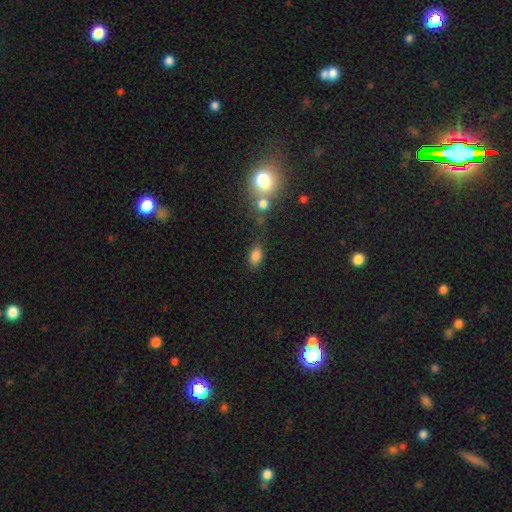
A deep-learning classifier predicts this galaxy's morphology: smooth_or_featured: smooth (p=0.81) [alt: star or artifact p=0.13]
how_rounded: in between (p=0.85) [alt: round p=0.12]
merging: none (p=0.67) [alt: minor disturbance p=0.17]